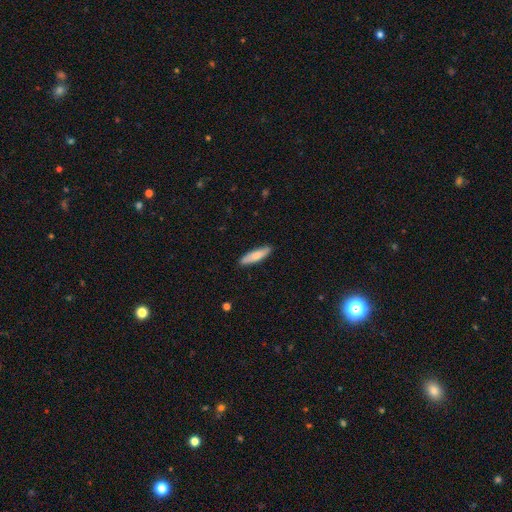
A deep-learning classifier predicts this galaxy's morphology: smooth-or-featured: smooth: 79% | featured or disk: 15% | star or artifact: 5%
  how-rounded: cigar-shaped: 72% | in between: 27% | round: 1%
  merging: none: 86% | minor disturbance: 11% | major disturbance: 2% | merger: 1%